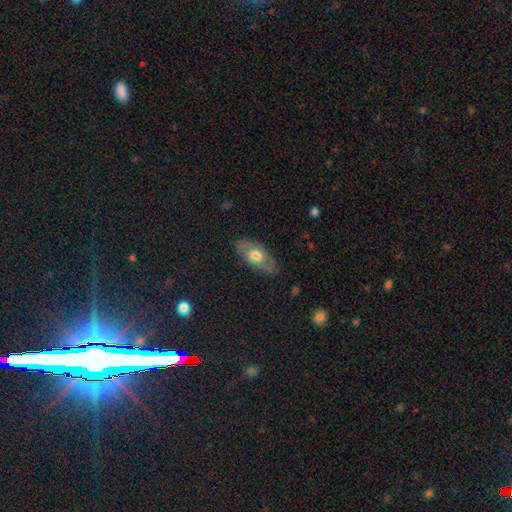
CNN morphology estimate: This appears to be a smooth galaxy with no disk features (53%) that is in between round and cigar-shaped (88%). Merging: none (79%).